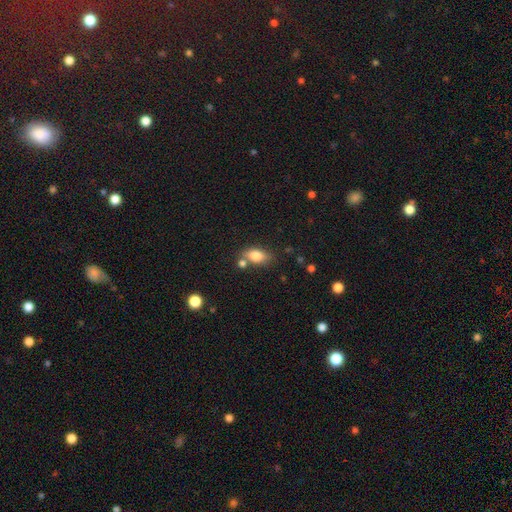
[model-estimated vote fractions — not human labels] smooth-or-featured: smooth: 81% | featured or disk: 10% | star or artifact: 9%
  how-rounded: in between: 84% | round: 10% | cigar-shaped: 6%
  merging: none: 63% | merger: 17% | minor disturbance: 15% | major disturbance: 4%